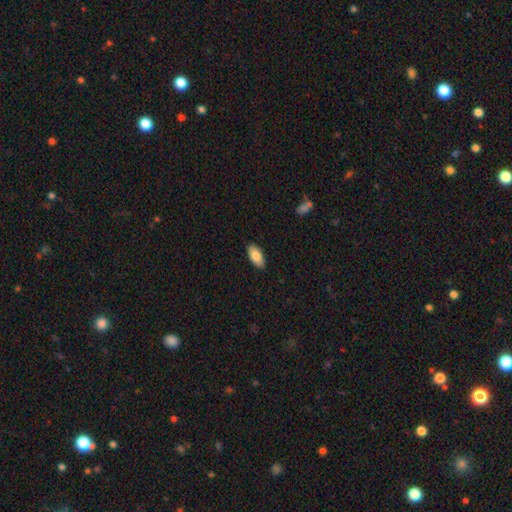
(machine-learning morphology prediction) Q: Smooth or featured?
A: smooth (83%); runner-up: featured or disk (10%)
Q: How rounded?
A: in between (93%); runner-up: cigar-shaped (5%)
Q: Merging?
A: none (88%); runner-up: minor disturbance (9%)